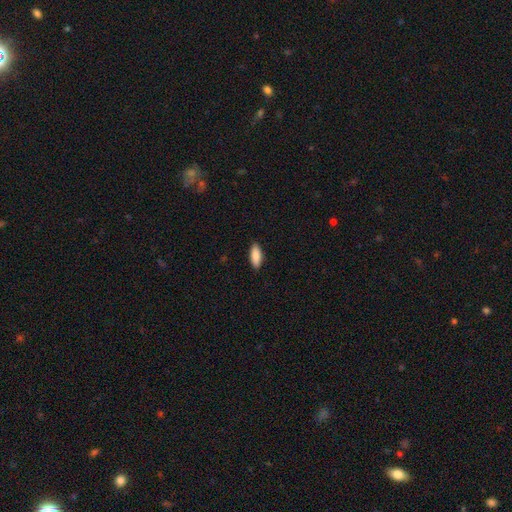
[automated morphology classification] A smooth galaxy with no disk features (88%) that is in between round and cigar-shaped (79%).

Vote fractions:
- Smooth or featured? smooth: 88% / star or artifact: 6% / featured or disk: 6%
- How rounded? in between: 79% / cigar-shaped: 19% / round: 2%
- Merging? none: 89% / minor disturbance: 8% / major disturbance: 2% / merger: 1%